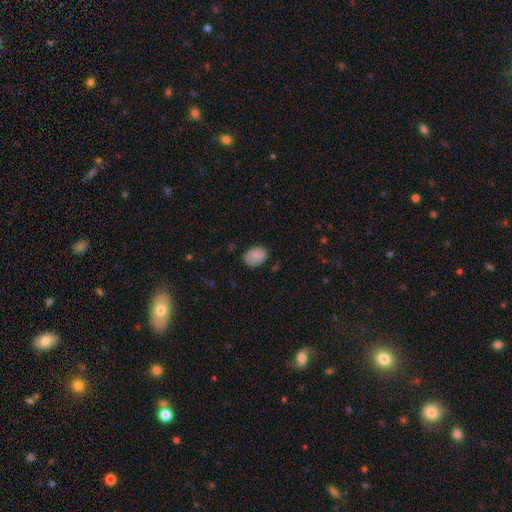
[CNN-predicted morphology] This is clearly a smooth galaxy (86%). How rounded: likely in between (74%). Merging: likely none (77%).